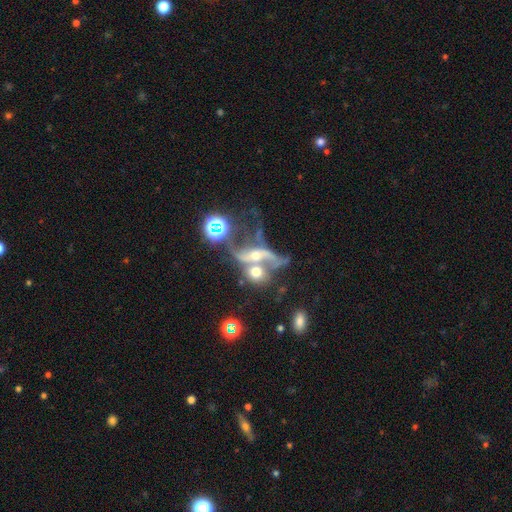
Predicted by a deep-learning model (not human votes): A featured or disk galaxy (66%) with no bar (54%), spiral arms (71%) and a moderate central bulge (53%).

Vote fractions:
- Smooth or featured? featured or disk: 66% / smooth: 18% / star or artifact: 17%
- Edge-on disk? no: 88% / yes: 12%
- Bar? no: 54% / weak: 26% / strong: 20%
- Spiral arms? yes: 71% / no: 29%
- Bulge size? moderate: 53% / small: 32% / large: 7% / none: 5% / dominant: 2%
- Merging? merger: 56% / none: 19% / major disturbance: 17% / minor disturbance: 9%